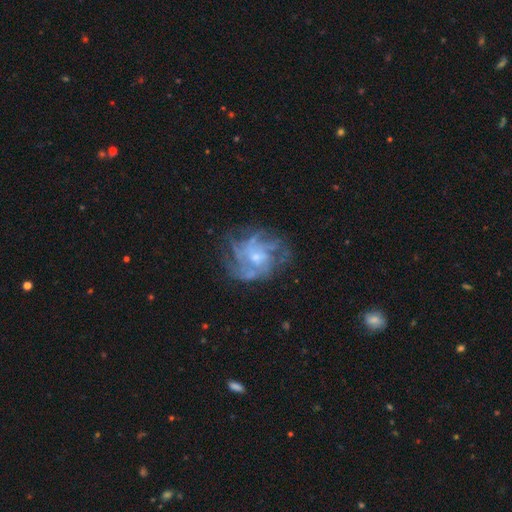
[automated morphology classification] A featured or disk galaxy (79%) with no bar (70%), tight (43%) spiral arms (83%) and a small central bulge (59%).

Vote fractions:
- Smooth or featured? featured or disk: 79% / smooth: 12% / star or artifact: 9%
- Edge-on disk? no: 98% / yes: 2%
- Bar? no: 70% / weak: 26% / strong: 4%
- Spiral arms? yes: 83% / no: 17%
- Spiral winding? tight: 43% / medium: 39% / loose: 18%
- Spiral arm count? can't tell: 39% / 4: 22% / more than 4: 13% / 3: 12% / 2: 7% / 1: 6%
- Bulge size? small: 59% / moderate: 32% / none: 6% / large: 2% / dominant: 1%
- Merging? none: 64% / minor disturbance: 19% / major disturbance: 15% / merger: 2%